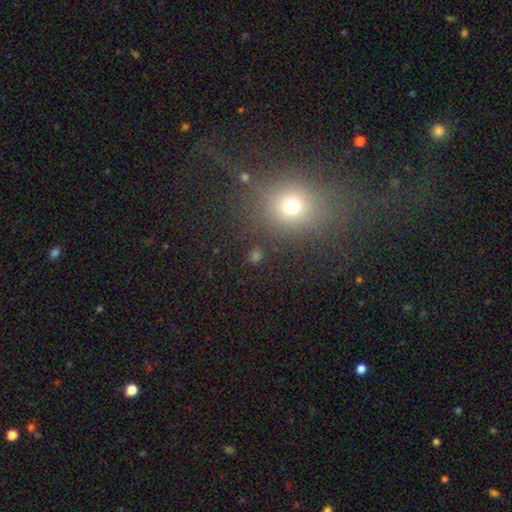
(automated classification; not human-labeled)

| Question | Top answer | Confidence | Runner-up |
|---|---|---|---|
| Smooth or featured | smooth | 63% | star or artifact (30%) |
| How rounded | round | 82% | in between (17%) |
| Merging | none | 82% | minor disturbance (8%) |